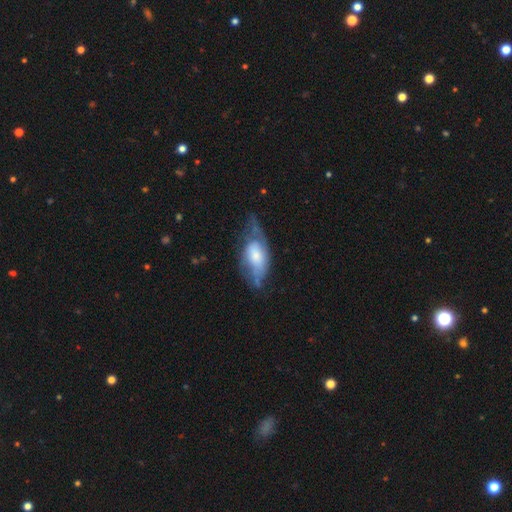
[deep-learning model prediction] featured or disk 47% (tied), smooth 47% (tied), star or artifact 6%. Down the decision tree: merging — none (34%).